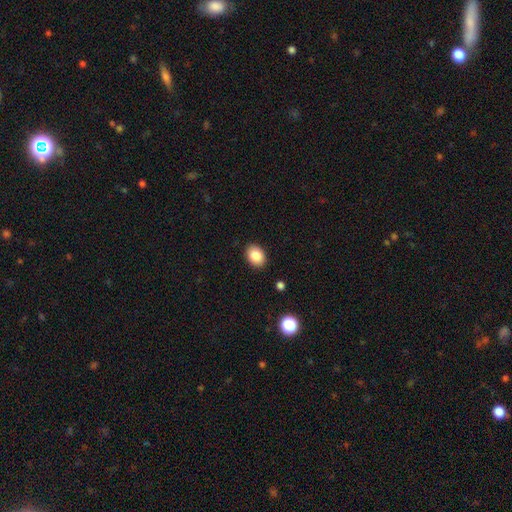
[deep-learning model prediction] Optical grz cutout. It shows a smooth galaxy with no disk features (85%) that is in between round and cigar-shaped (72%). Merging: none (89%).